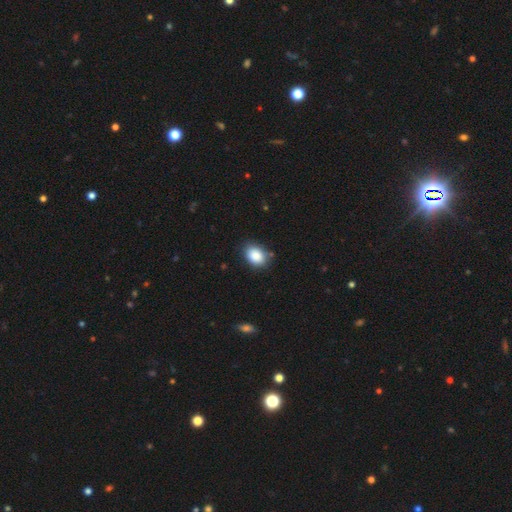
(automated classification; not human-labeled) Morphology: type=smooth (88%); roundness=in between (73%); merging=none (80%).